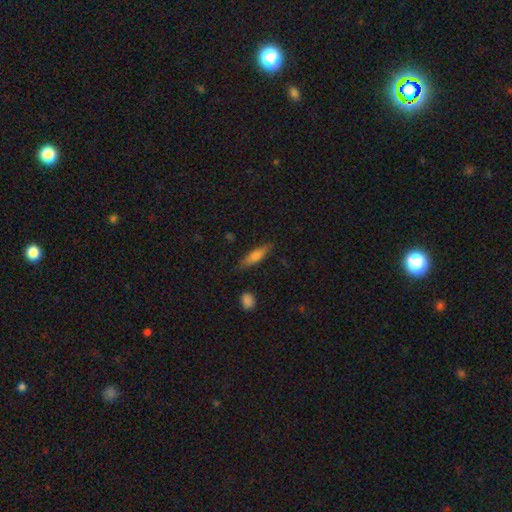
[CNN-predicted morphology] Smooth or featured? Predicted: smooth (p=0.69). How rounded? Predicted: cigar-shaped (p=0.61). Merging? Predicted: none (p=0.80).